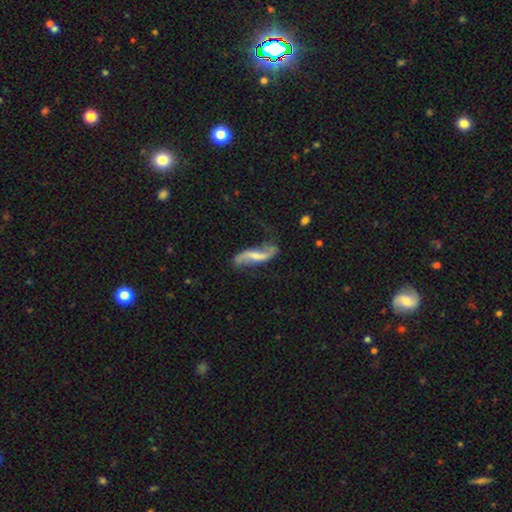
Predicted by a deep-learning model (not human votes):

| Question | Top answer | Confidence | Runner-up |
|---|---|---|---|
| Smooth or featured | featured or disk | 78% | smooth (16%) |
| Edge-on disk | no | 85% | yes (15%) |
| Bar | weak | 38% | strong (34%) |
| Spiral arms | yes | 92% | no (8%) |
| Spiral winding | loose | 88% | medium (8%) |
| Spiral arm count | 2 | 91% | 1 (3%) |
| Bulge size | small | 38% | none (30%) |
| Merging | none | 60% | minor disturbance (22%) |